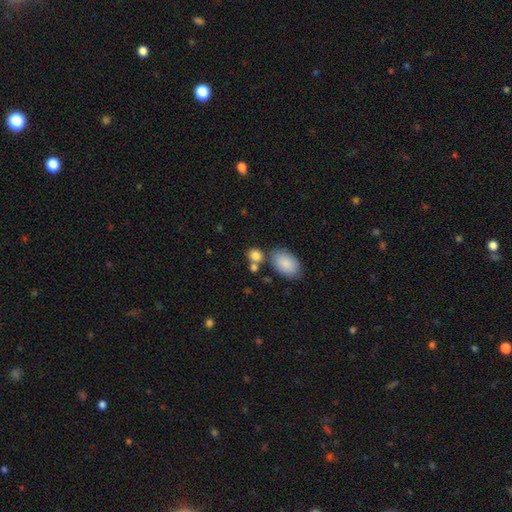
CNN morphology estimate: This appears to be a smooth galaxy with no disk features (84%) that is in between round and cigar-shaped (51%). Merging: none (56%).